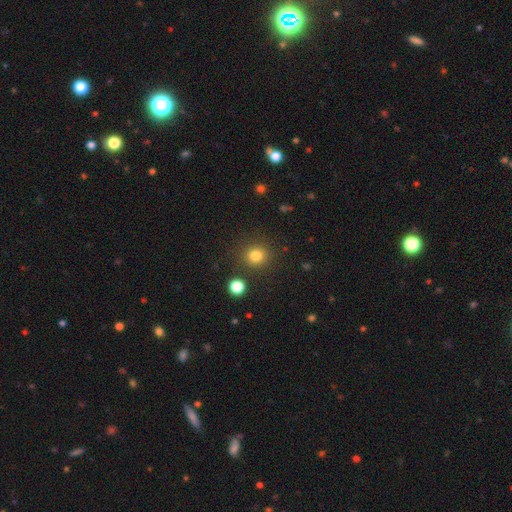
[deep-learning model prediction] smooth_or_featured: smooth (p=0.82) [alt: star or artifact p=0.13]
how_rounded: round (p=0.89) [alt: in between p=0.10]
merging: none (p=0.87) [alt: minor disturbance p=0.07]